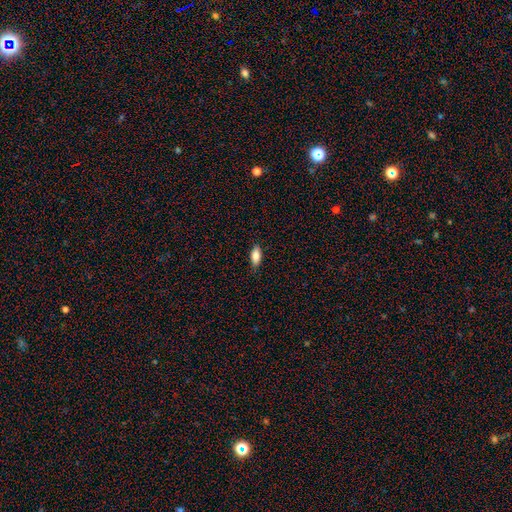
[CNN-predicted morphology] smooth-or-featured: smooth: 84% | featured or disk: 9% | star or artifact: 7%
  how-rounded: in between: 82% | cigar-shaped: 15% | round: 3%
  merging: none: 84% | minor disturbance: 13% | major disturbance: 2% | merger: 1%